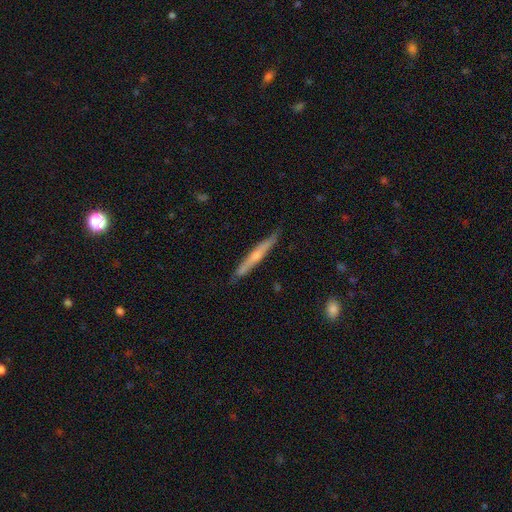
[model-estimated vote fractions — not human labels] Overall: featured or disk (56%; smooth 38%). Edge-on disk: yes (95%). Edge-on bulge: rounded (59%; none 36%). Merging: none (84%).